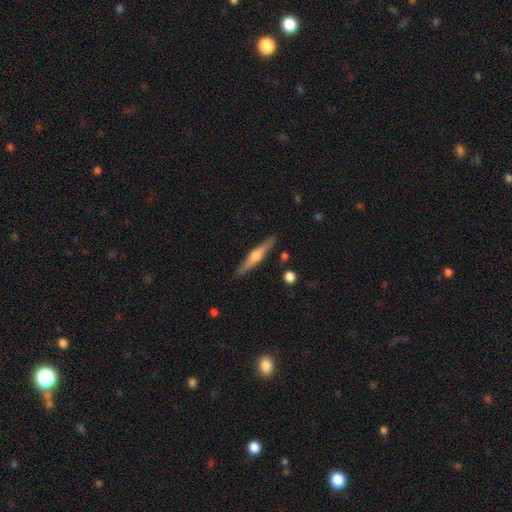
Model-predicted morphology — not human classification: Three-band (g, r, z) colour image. It shows a featured or disk galaxy (65%) viewed edge-on (97%) with a rounded central bulge (91%). Merging: none (88%).